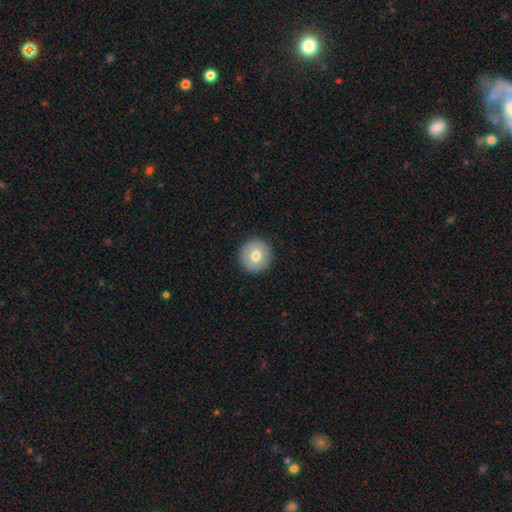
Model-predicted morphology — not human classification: type=smooth (75%); roundness=round (95%); merging=none (92%).